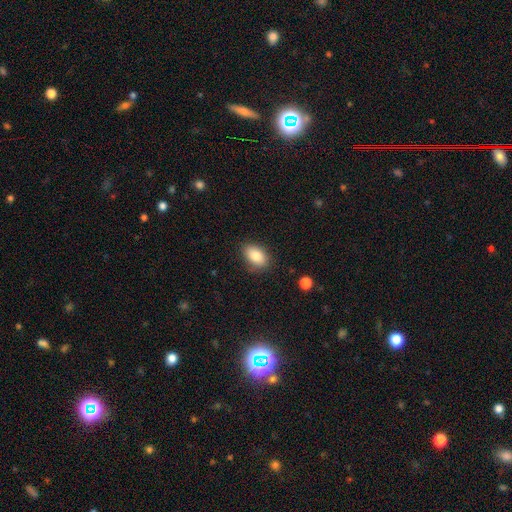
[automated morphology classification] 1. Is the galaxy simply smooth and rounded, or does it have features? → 85% smooth, 8% star or artifact, 7% featured or disk.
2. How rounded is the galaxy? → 89% in between, 9% round, 2% cigar-shaped.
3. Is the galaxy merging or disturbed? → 83% none, 13% minor disturbance, 3% major disturbance, 1% merger.